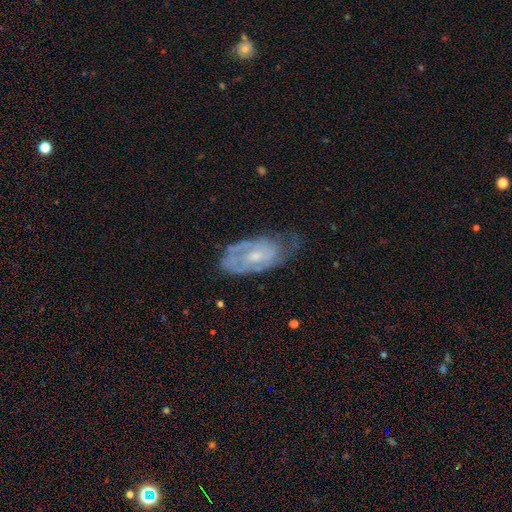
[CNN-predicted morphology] Overall: featured or disk (70%). Edge-on disk: no (92%). Bar: no (56%; weak 37%). Spiral arms: yes (80%). Spiral arm count: can't tell (44%; 2 35%). Spiral winding: tight (52%; medium 36%). Bulge size: small (54%; moderate 36%). Merging: none (53%; minor disturbance 31%).